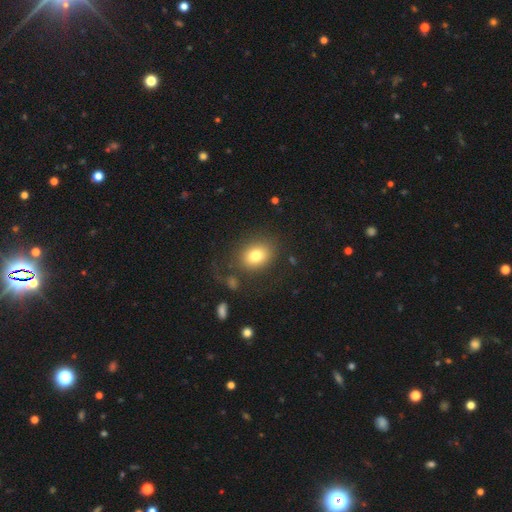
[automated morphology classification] Smooth or featured? smooth (78%)
How rounded? in between (54%)
Merging? none (75%)